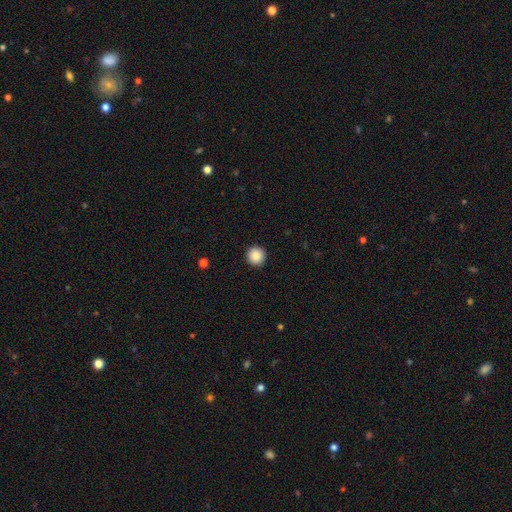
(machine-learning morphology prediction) Smooth or featured?
  - smooth: 87% *
  - star or artifact: 9%
  - featured or disk: 4%
How rounded?
  - round: 96% *
  - in between: 3%
  - cigar-shaped: 1%
Merging?
  - none: 93% *
  - minor disturbance: 4%
  - major disturbance: 2%
  - merger: 1%